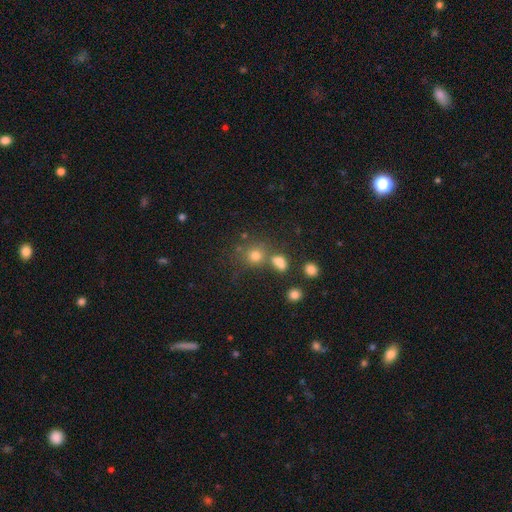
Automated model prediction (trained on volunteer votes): Smooth or featured? Predicted: smooth (p=0.70). How rounded? Predicted: round (p=0.84). Merging? Predicted: none (p=0.61).